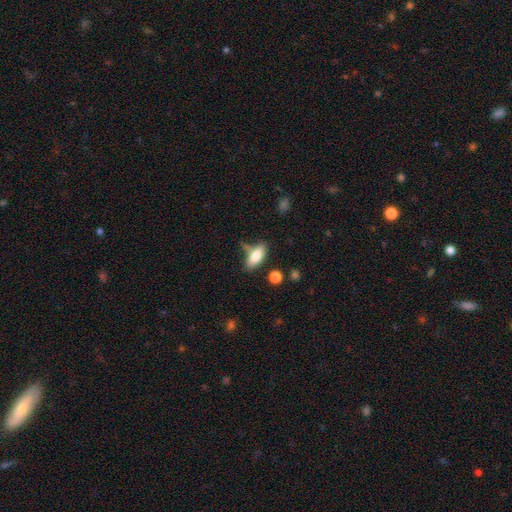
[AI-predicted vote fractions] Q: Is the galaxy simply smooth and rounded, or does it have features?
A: smooth — 78%.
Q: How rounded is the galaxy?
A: in between — 80%.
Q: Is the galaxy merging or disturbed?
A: none — 59%.